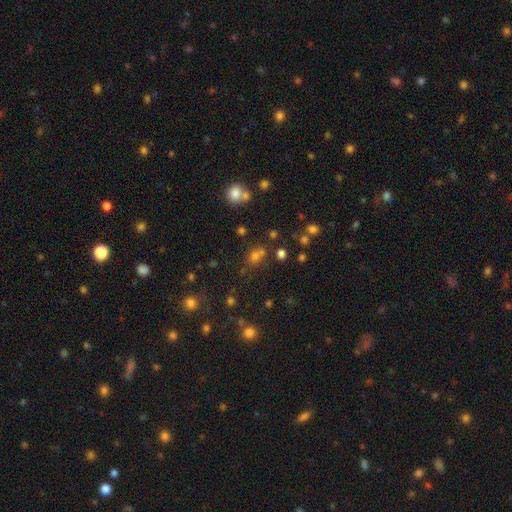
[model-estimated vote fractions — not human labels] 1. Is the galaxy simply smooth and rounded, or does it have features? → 59% smooth, 31% star or artifact, 9% featured or disk.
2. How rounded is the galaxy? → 74% round, 25% in between, 1% cigar-shaped.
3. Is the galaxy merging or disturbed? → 59% none, 26% merger, 10% minor disturbance, 5% major disturbance.